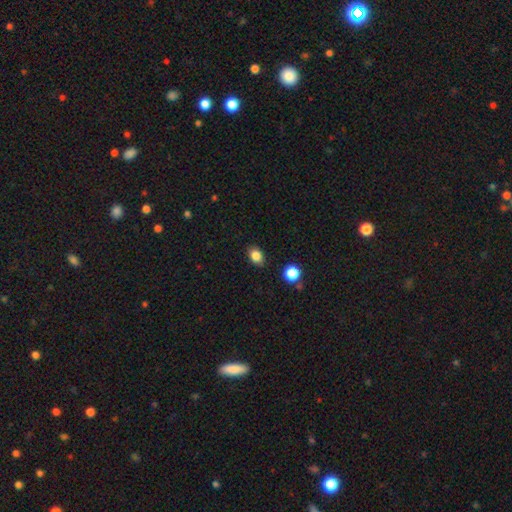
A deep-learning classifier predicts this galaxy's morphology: A smooth galaxy with no disk features (84%) that is in between round and cigar-shaped (69%).

Vote fractions:
- Smooth or featured? smooth: 84% / star or artifact: 10% / featured or disk: 5%
- How rounded? in between: 69% / round: 29% / cigar-shaped: 1%
- Merging? none: 86% / minor disturbance: 10% / major disturbance: 2% / merger: 2%